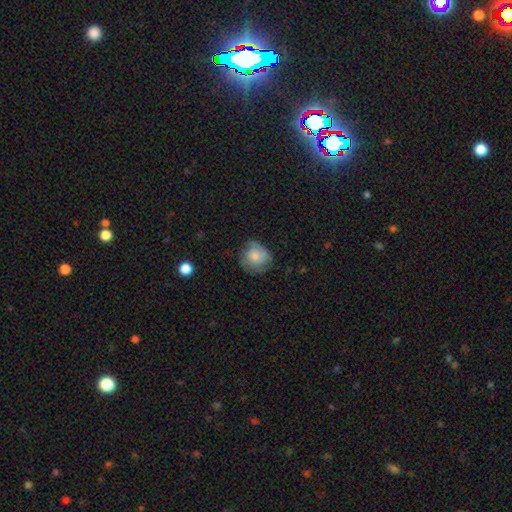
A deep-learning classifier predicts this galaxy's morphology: Smooth or featured: smooth — 66% (featured or disk — 27%)
How rounded: round — 82% (in between — 17%)
Merging: none — 64% (minor disturbance — 26%)